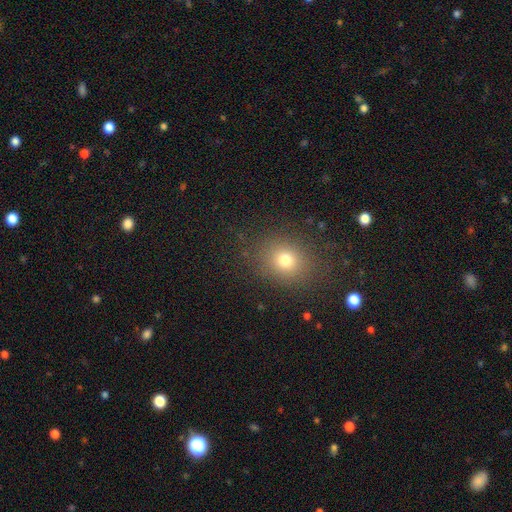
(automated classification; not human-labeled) Overall: smooth (63%; star or artifact 29%). How rounded: round (59%; in between 39%). Merging: none (88%).